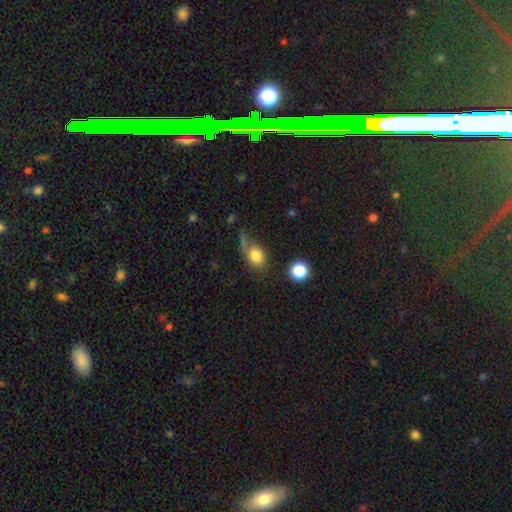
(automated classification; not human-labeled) A smooth galaxy with no disk features (80%) that is round (56%). Merging: none (48%).